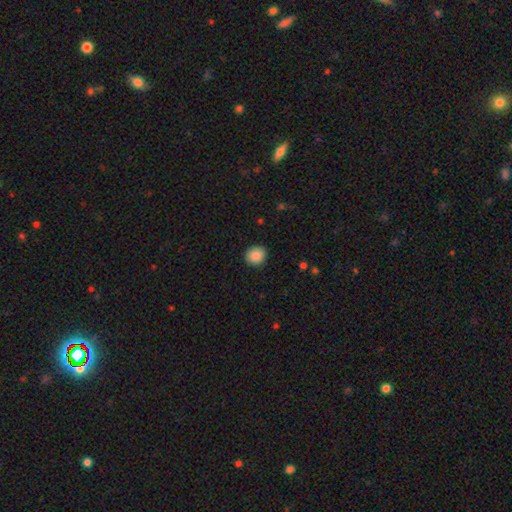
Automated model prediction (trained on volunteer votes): The model was most divided on "how rounded": round: 75%, in between: 24%, cigar-shaped: 1%. More confident: merging — none (90%); smooth or featured — smooth (88%).